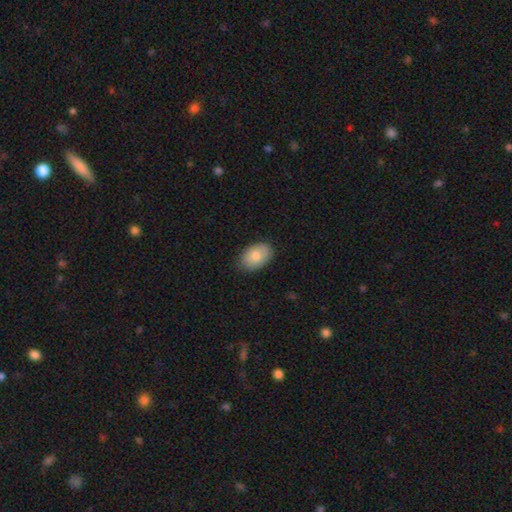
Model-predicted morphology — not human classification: Smooth or featured? smooth (81%)
How rounded? in between (87%)
Merging? none (83%)